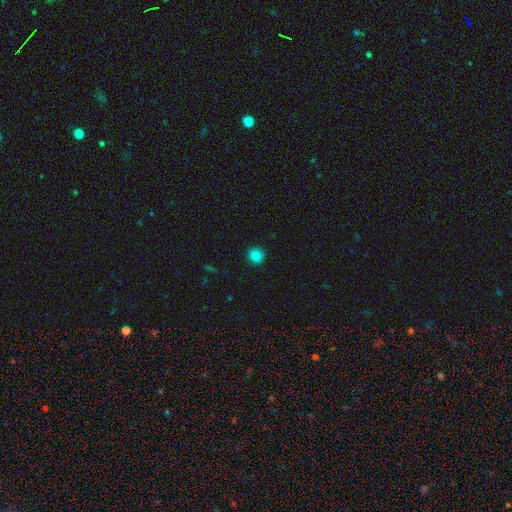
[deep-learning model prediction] Smooth or featured? Predicted: smooth (p=0.85). How rounded? Predicted: round (p=0.93). Merging? Predicted: none (p=0.91).